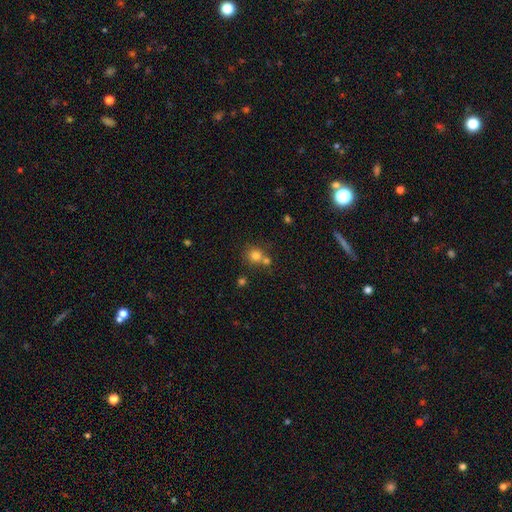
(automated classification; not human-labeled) Q: Smooth or featured?
A: smooth (78%); runner-up: star or artifact (14%)
Q: How rounded?
A: round (88%); runner-up: in between (12%)
Q: Merging?
A: none (57%); runner-up: merger (32%)